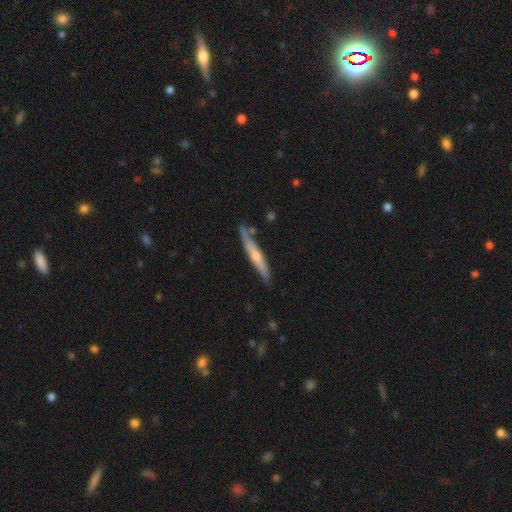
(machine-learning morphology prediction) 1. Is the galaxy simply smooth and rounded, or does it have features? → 56% featured or disk, 39% smooth, 6% star or artifact.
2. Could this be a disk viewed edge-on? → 92% yes, 8% no.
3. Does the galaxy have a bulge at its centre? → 68% rounded, 27% none, 5% boxy.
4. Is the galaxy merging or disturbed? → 77% none, 16% minor disturbance, 4% merger, 3% major disturbance.